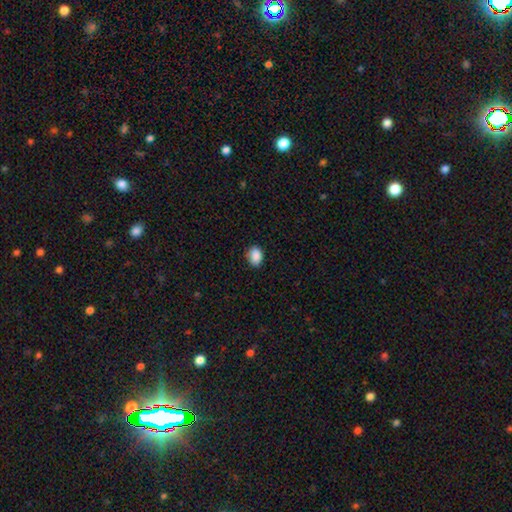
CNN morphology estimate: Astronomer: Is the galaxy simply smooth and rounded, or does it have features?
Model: smooth — 88%.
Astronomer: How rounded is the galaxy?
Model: in between — 71%.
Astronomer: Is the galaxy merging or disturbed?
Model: none — 80%.